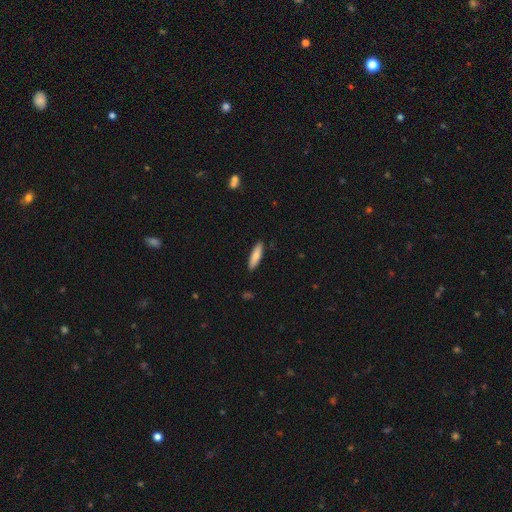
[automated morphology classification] A smooth galaxy with no disk features (79%) that is cigar-shaped (70%).

Vote fractions:
- Smooth or featured? smooth: 79% / featured or disk: 15% / star or artifact: 6%
- How rounded? cigar-shaped: 70% / in between: 29% / round: 2%
- Merging? none: 89% / minor disturbance: 8% / major disturbance: 2% / merger: 1%